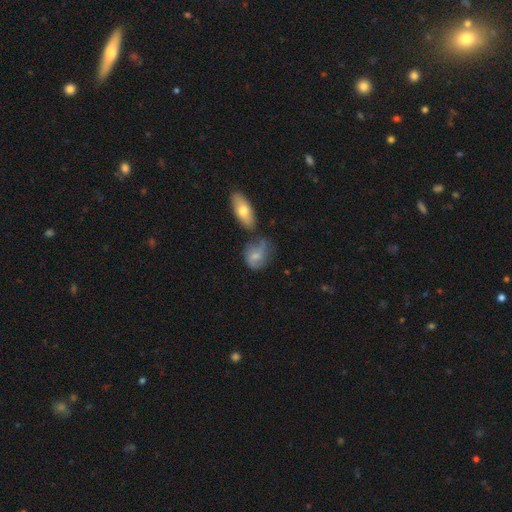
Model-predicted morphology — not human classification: This is possibly a smooth galaxy (54%). How rounded: possibly in between (58%). Merging: marginally none (41%).